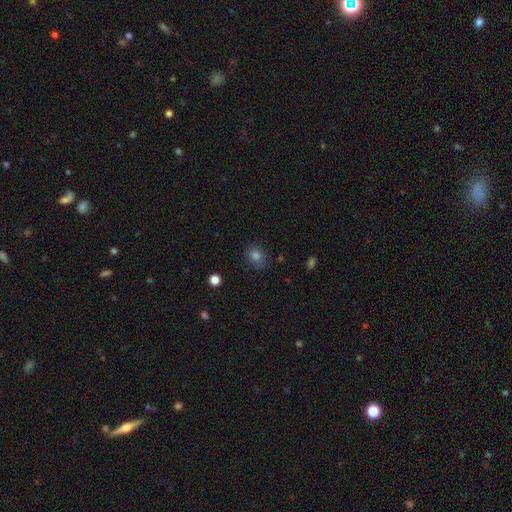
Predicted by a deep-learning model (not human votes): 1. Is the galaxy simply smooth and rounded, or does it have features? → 77% smooth, 15% star or artifact, 7% featured or disk.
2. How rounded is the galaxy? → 54% round, 45% in between, 1% cigar-shaped.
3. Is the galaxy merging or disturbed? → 80% none, 14% minor disturbance, 4% major disturbance, 2% merger.